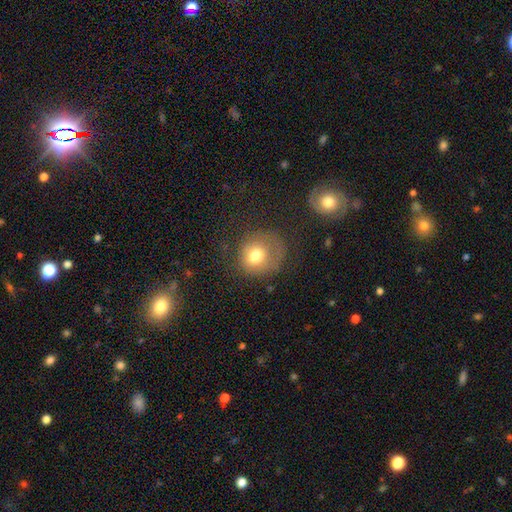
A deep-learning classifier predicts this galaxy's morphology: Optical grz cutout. It shows a smooth galaxy with no disk features (70%) that is round (70%). Merging: none (48%).